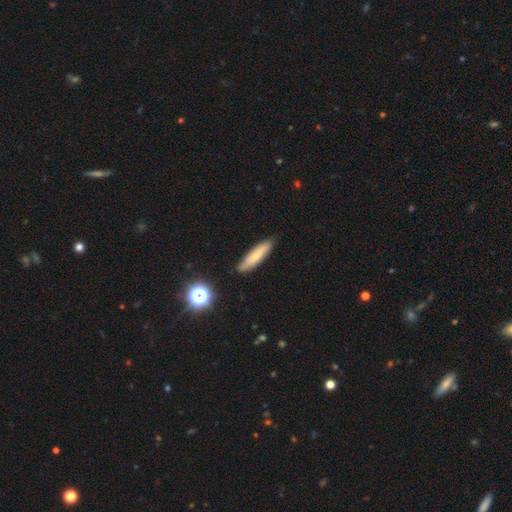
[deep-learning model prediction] The model was most divided on "smooth or featured": smooth: 67%, featured or disk: 25%, star or artifact: 8%. More confident: merging — none (83%); how rounded — cigar-shaped (80%).